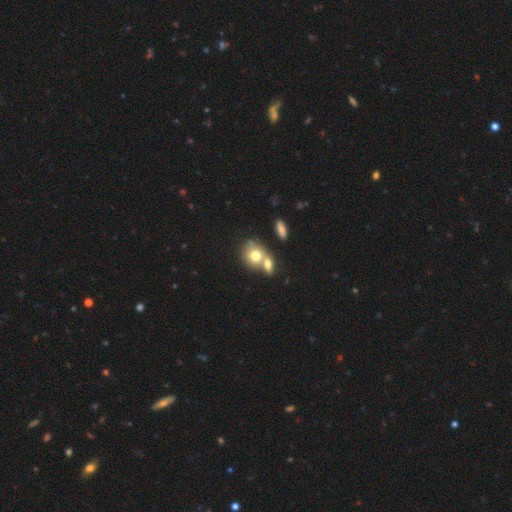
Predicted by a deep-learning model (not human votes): Smooth or featured: smooth — 72% (featured or disk — 19%)
How rounded: round — 62% (in between — 36%)
Merging: merger — 53% (none — 35%)